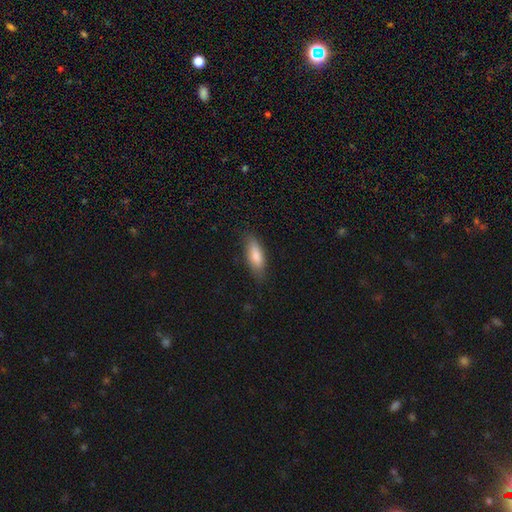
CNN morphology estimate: Smooth or featured? smooth (81%)
How rounded? in between (64%)
Merging? none (80%)